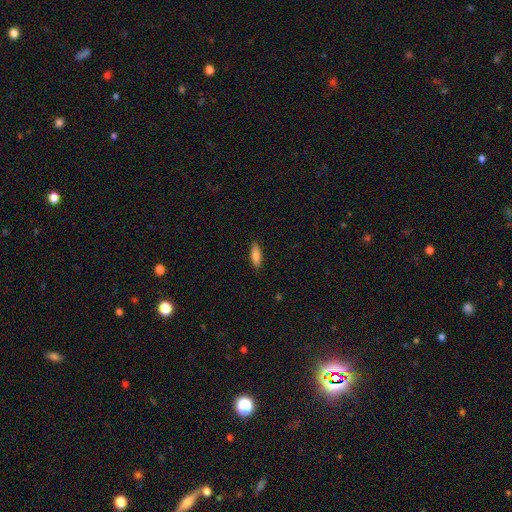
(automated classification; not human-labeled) Smooth or featured?
  - smooth: 80% *
  - featured or disk: 14%
  - star or artifact: 6%
How rounded?
  - in between: 49% * (tied)
  - cigar-shaped: 49% * (tied)
  - round: 2%
Merging?
  - none: 87% *
  - minor disturbance: 10%
  - major disturbance: 2%
  - merger: 1%